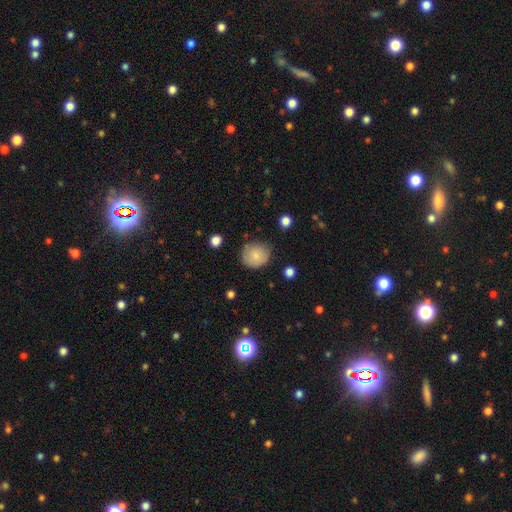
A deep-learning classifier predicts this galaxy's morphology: Smooth or featured? Predicted: smooth (p=0.82). How rounded? Predicted: round (p=0.80). Merging? Predicted: none (p=0.72).